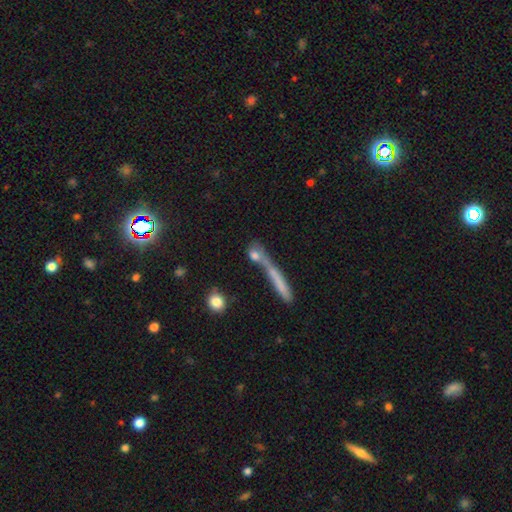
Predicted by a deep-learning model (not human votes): smooth-or-featured: smooth: 65% | featured or disk: 22% | star or artifact: 13%
  how-rounded: cigar-shaped: 40% | round: 36% | in between: 25%
  merging: none: 43% | merger: 38% | minor disturbance: 11% | major disturbance: 9%